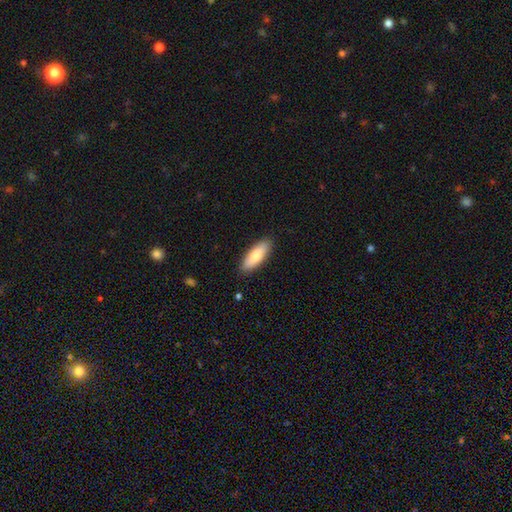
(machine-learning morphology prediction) The model was most divided on "how rounded": in between: 61%, cigar-shaped: 37%, round: 2%. More confident: merging — none (88%); smooth or featured — smooth (82%).